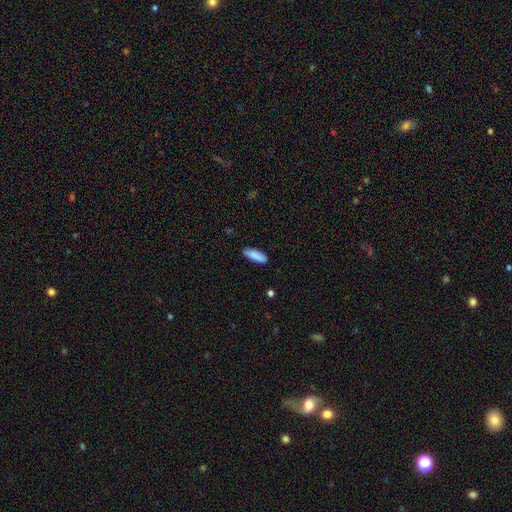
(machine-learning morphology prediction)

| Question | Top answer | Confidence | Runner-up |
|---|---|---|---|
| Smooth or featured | smooth | 89% | star or artifact (6%) |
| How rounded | in between | 57% | cigar-shaped (41%) |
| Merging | none | 86% | minor disturbance (11%) |